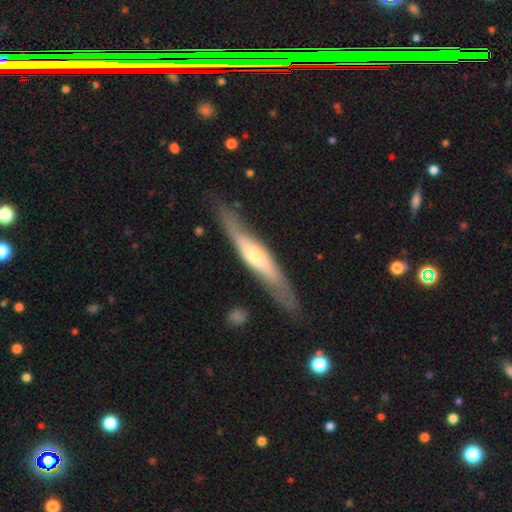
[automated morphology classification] Smooth or featured: featured or disk — 61% (smooth — 34%)
Edge-on disk: yes — 74% (no — 26%)
Merging: none — 77% (minor disturbance — 15%)